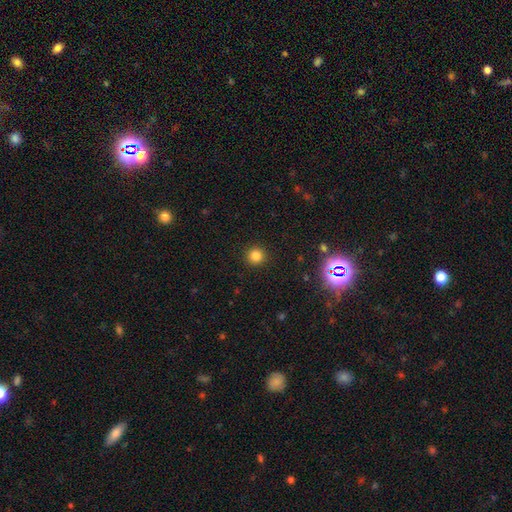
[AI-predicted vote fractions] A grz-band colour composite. It shows a smooth galaxy with no disk features (82%) that is round (94%). Merging: none (92%).